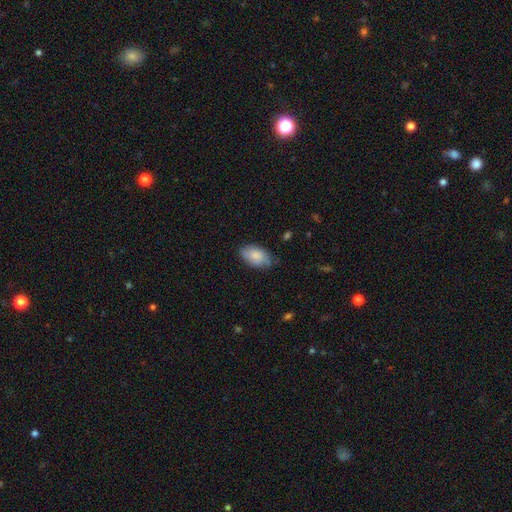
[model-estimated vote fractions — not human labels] Morphology: type=smooth (81%); roundness=in between (93%); merging=none (69%).